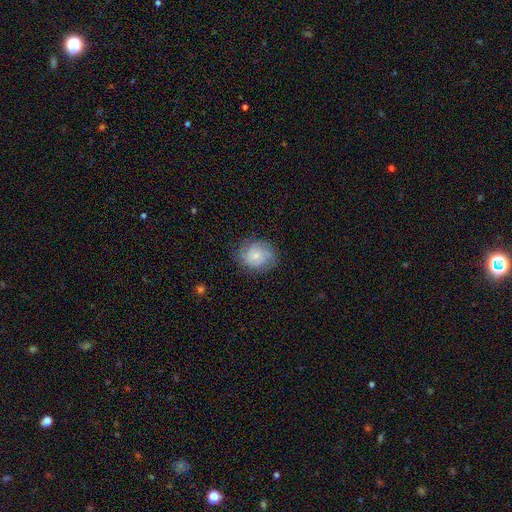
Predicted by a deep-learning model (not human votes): This appears to be a featured or disk galaxy (49%). Merging: none (74%).